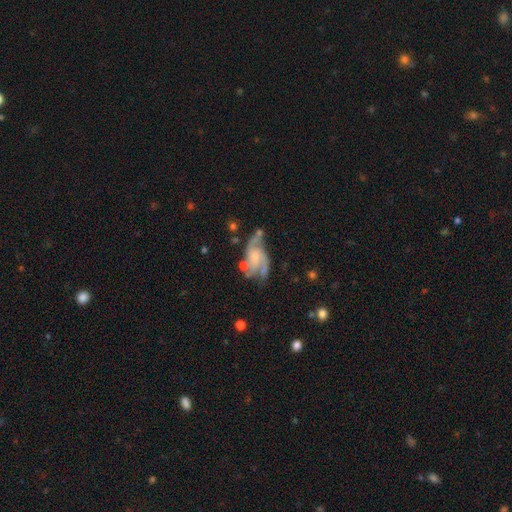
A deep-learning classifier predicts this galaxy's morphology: Smooth or featured: featured or disk — 81% (smooth — 12%)
Edge-on disk: no — 97% (yes — 3%)
Bar: no — 62% (weak — 31%)
Spiral arms: yes — 93% (no — 7%)
Spiral winding: medium — 48% (loose — 30%)
Spiral arm count: 3 — 38% (2 — 32%)
Bulge size: small — 42% (moderate — 28%)
Merging: none — 45% (minor disturbance — 24%)